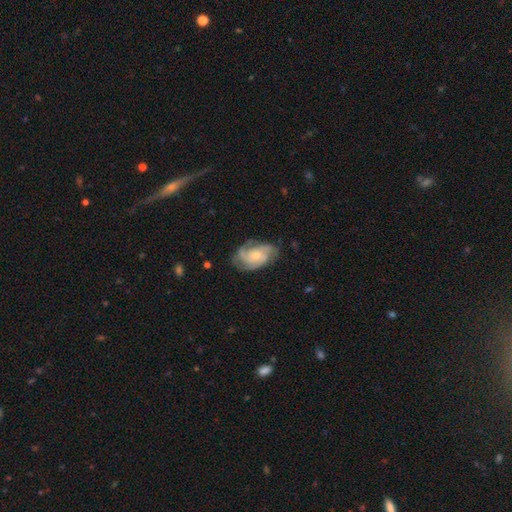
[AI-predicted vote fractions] featured or disk 78%, smooth 16%, star or artifact 6%. Down the decision tree: edge-on disk — no (97%); bar — no (72%); spiral arms — yes (95%); spiral arm count — 3 (45%); spiral winding — tight (44%); bulge size — small (49%); merging — none (68%).